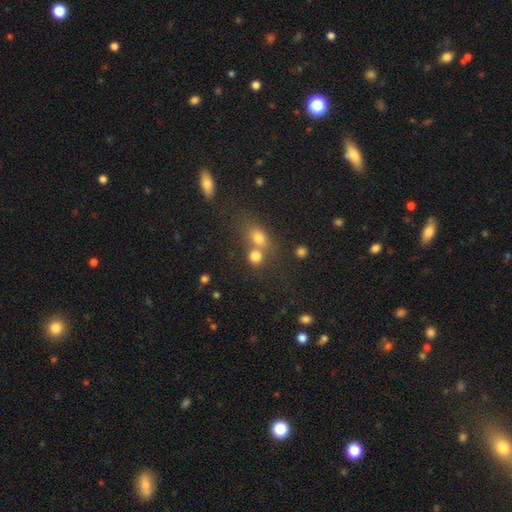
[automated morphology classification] Smooth or featured?
  - smooth: 76% *
  - star or artifact: 14%
  - featured or disk: 10%
How rounded?
  - round: 65% *
  - in between: 32%
  - cigar-shaped: 2%
Merging?
  - merger: 46% *
  - none: 42%
  - minor disturbance: 8%
  - major disturbance: 4%